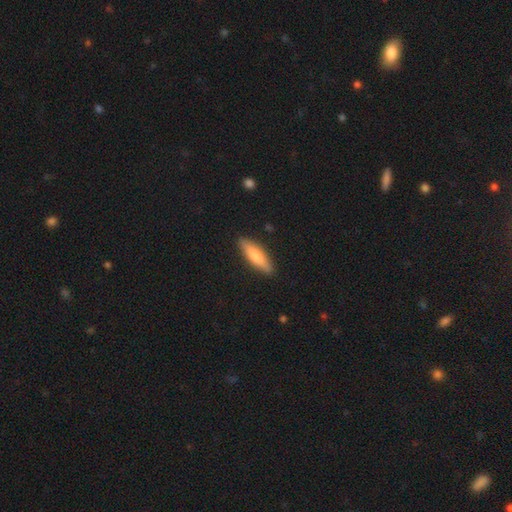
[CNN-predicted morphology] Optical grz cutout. It shows a smooth galaxy with no disk features (69%) that is cigar-shaped (67%). Merging: none (88%).